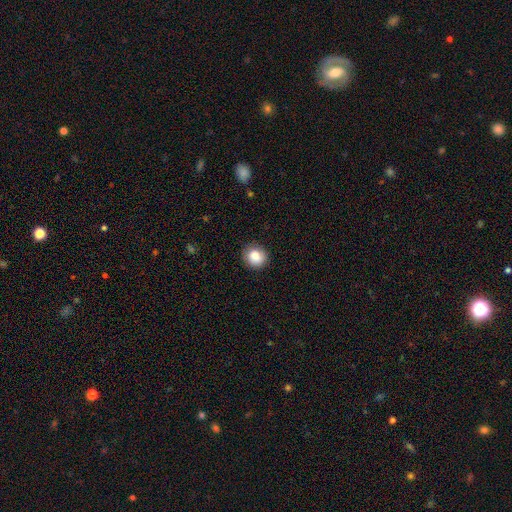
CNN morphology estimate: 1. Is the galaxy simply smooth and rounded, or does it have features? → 85% smooth, 9% star or artifact, 6% featured or disk.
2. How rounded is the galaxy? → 84% round, 15% in between, 1% cigar-shaped.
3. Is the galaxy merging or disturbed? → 86% none, 10% minor disturbance, 3% major disturbance, 1% merger.